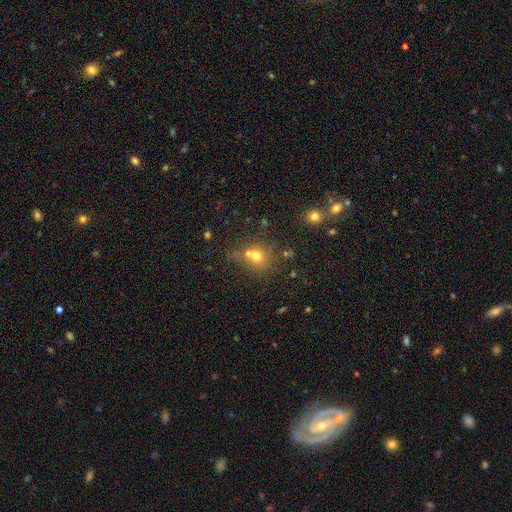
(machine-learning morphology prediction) smooth_or_featured: smooth (p=0.67) [alt: star or artifact p=0.19]
how_rounded: round (p=0.77) [alt: in between p=0.22]
merging: none (p=0.47) [alt: merger p=0.36]